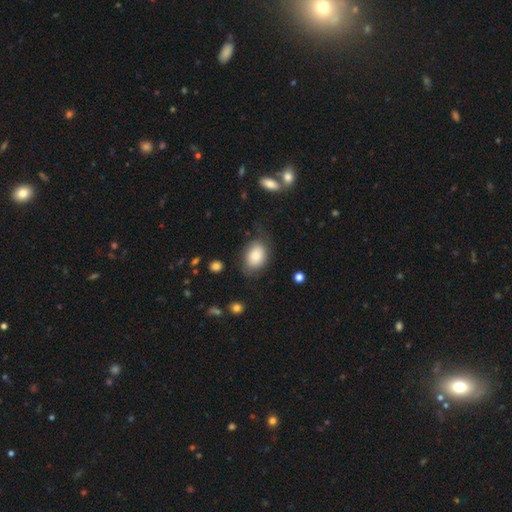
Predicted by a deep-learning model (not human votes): smooth_or_featured: smooth (p=0.80) [alt: featured or disk p=0.12]
how_rounded: in between (p=0.75) [alt: round p=0.24]
merging: none (p=0.70) [alt: minor disturbance p=0.21]